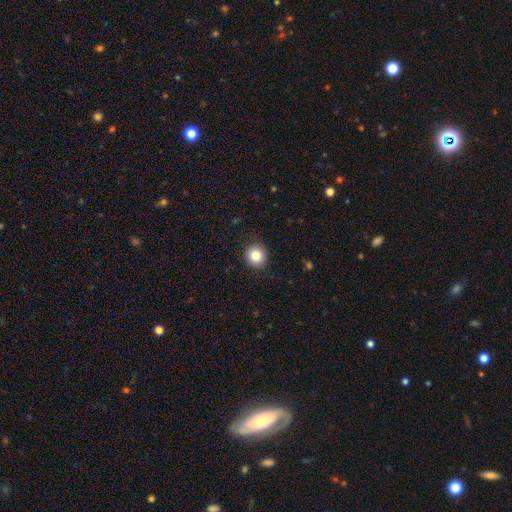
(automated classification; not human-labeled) This is clearly a smooth galaxy (83%). How rounded: clearly round (89%). Merging: clearly none (89%).